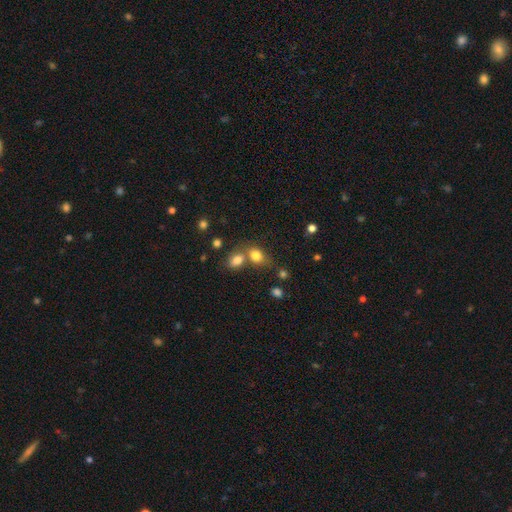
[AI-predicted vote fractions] smooth_or_featured: smooth (p=0.80) [alt: star or artifact p=0.11]
how_rounded: in between (p=0.60) [alt: round p=0.39]
merging: merger (p=0.43) [tied with: none p=0.43]